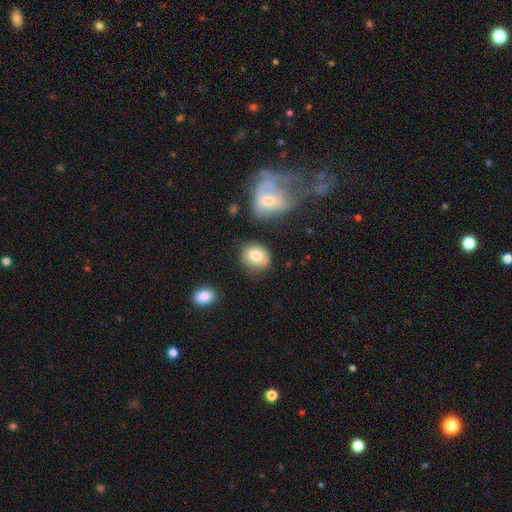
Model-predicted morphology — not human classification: The model was most divided on "how rounded": round: 60%, in between: 39%, cigar-shaped: 1%. More confident: smooth or featured — smooth (78%); merging — none (78%).